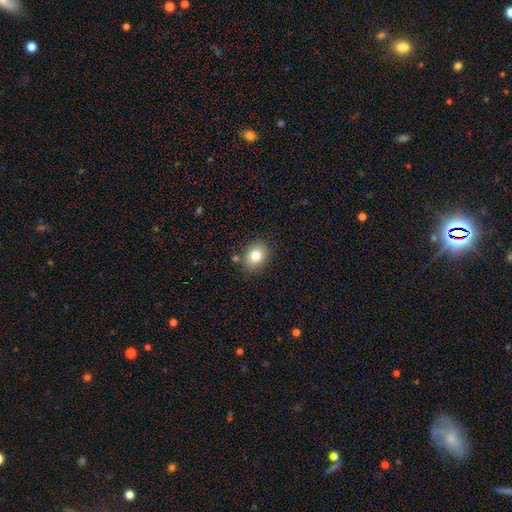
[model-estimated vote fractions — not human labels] A smooth galaxy with no disk features (79%) that is in between round and cigar-shaped (57%).

Vote fractions:
- Smooth or featured? smooth: 79% / featured or disk: 11% / star or artifact: 10%
- How rounded? in between: 57% / round: 42% / cigar-shaped: 1%
- Merging? none: 81% / minor disturbance: 12% / merger: 4% / major disturbance: 3%